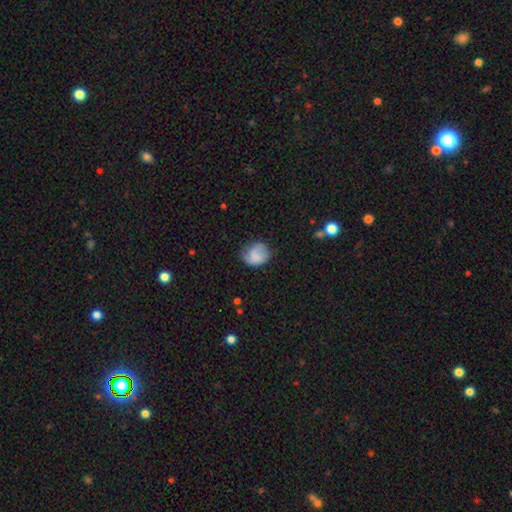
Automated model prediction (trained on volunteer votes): smooth_or_featured: smooth (p=0.72) [alt: featured or disk p=0.20]
how_rounded: round (p=0.67) [alt: in between p=0.32]
merging: none (p=0.56) [alt: minor disturbance p=0.32]